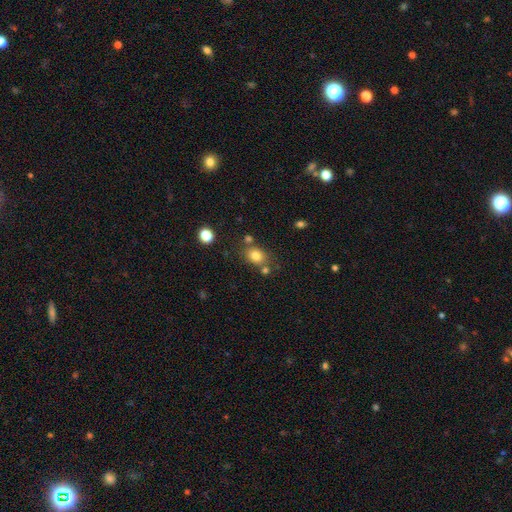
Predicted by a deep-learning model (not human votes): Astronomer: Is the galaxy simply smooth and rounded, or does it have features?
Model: smooth — 80%.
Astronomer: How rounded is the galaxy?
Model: round — 55% (runner-up: in between, 44%).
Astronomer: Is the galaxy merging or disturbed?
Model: none — 68%.